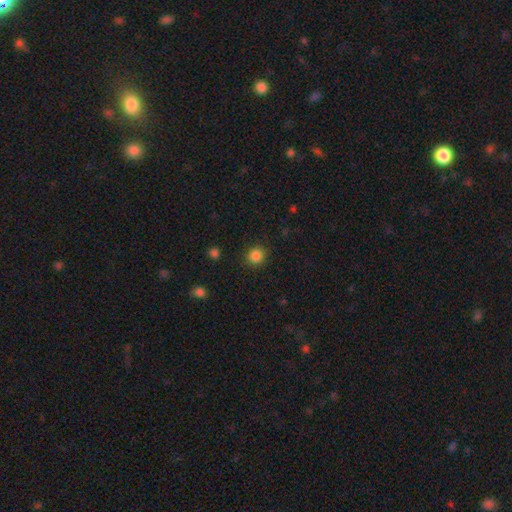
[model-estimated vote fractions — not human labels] The model was most divided on "smooth or featured": smooth: 85%, star or artifact: 12%, featured or disk: 3%. More confident: how rounded — round (91%); merging — none (88%).